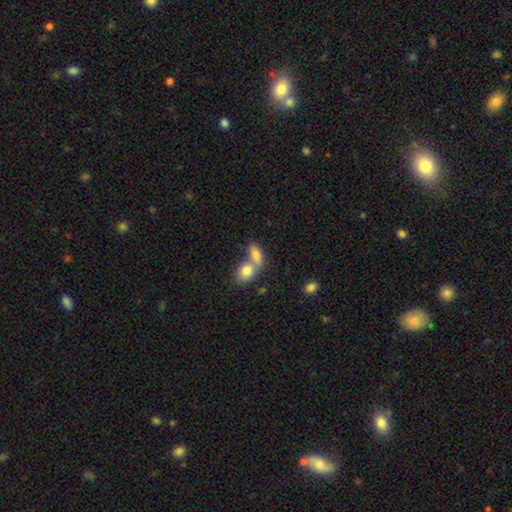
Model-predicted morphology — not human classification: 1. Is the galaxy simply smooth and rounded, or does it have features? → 77% smooth, 15% featured or disk, 8% star or artifact.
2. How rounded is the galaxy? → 76% in between, 14% round, 10% cigar-shaped.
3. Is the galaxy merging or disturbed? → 60% merger, 29% none, 7% minor disturbance, 4% major disturbance.